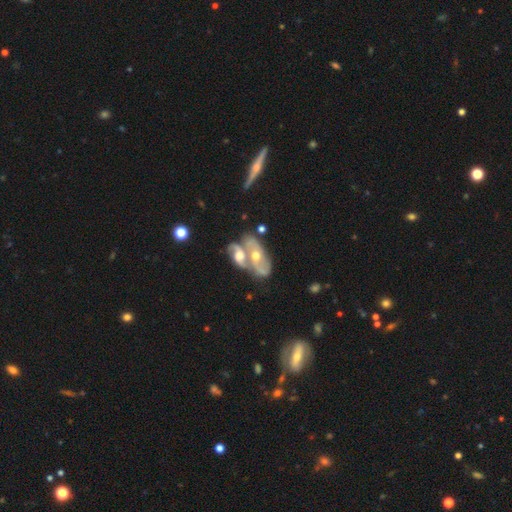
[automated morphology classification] Smooth or featured? featured or disk (72%)
Edge-on disk? no (91%)
Bar? no (70%)
Spiral arms? yes (74%)
Bulge size? moderate (72%)
Merging? merger (69%)